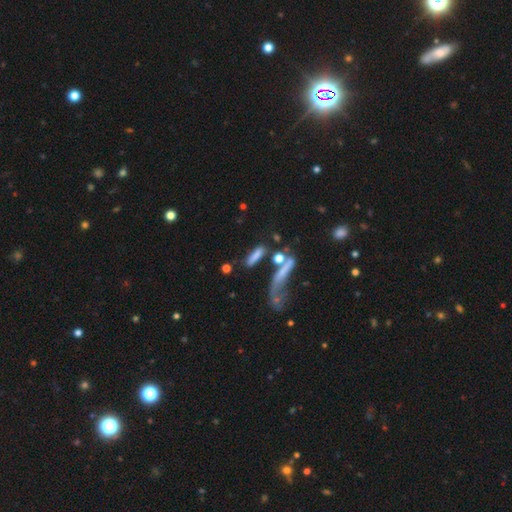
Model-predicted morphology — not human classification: Q: Smooth or featured?
A: smooth (69%); runner-up: featured or disk (20%)
Q: How rounded?
A: cigar-shaped (66%); runner-up: in between (28%)
Q: Merging?
A: none (44%); runner-up: merger (27%)